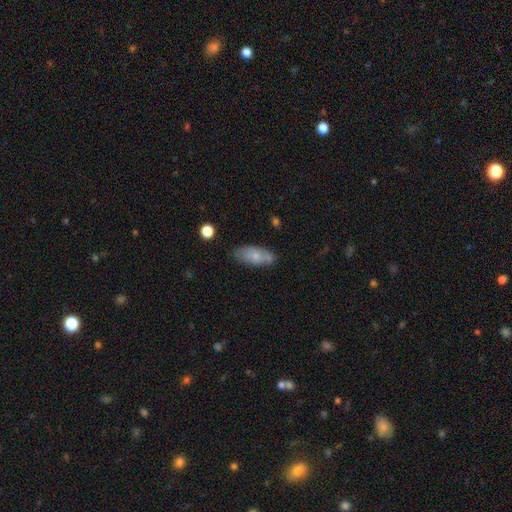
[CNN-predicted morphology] Smooth or featured? Predicted: smooth (p=0.71). How rounded? Predicted: in between (p=0.81). Merging? Predicted: none (p=0.66).